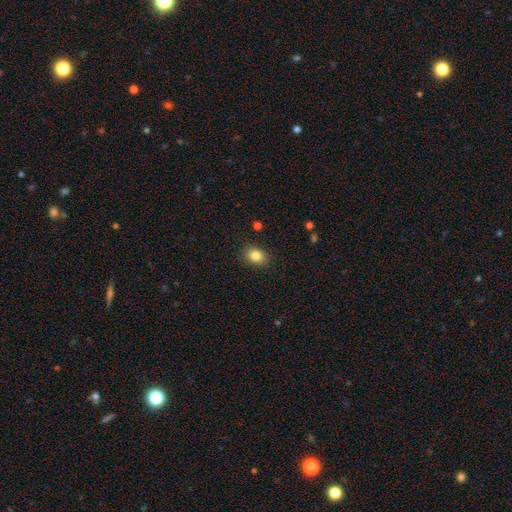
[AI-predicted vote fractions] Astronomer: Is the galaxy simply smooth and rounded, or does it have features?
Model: smooth — 84%.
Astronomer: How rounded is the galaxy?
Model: in between — 66%.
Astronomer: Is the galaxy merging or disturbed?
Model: none — 88%.